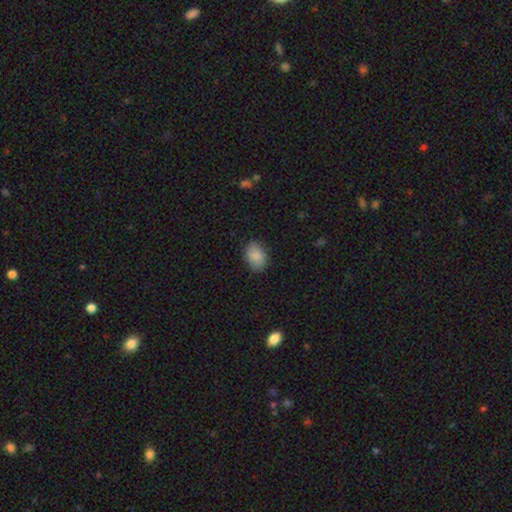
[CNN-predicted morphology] smooth 87%, star or artifact 7%, featured or disk 6%. Down the decision tree: how rounded — in between (80%); merging — none (82%).